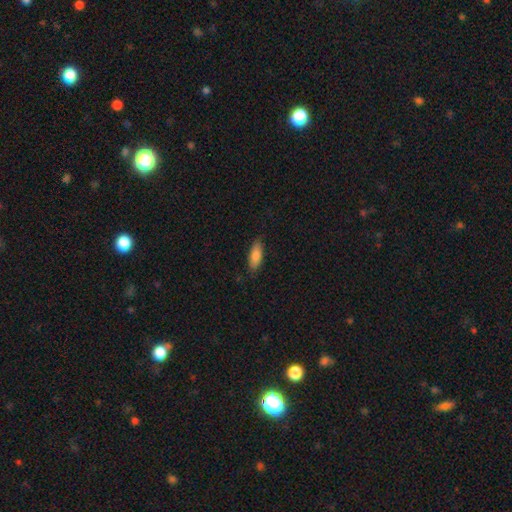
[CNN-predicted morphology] Smooth or featured? smooth (81%)
How rounded? in between (67%)
Merging? none (84%)